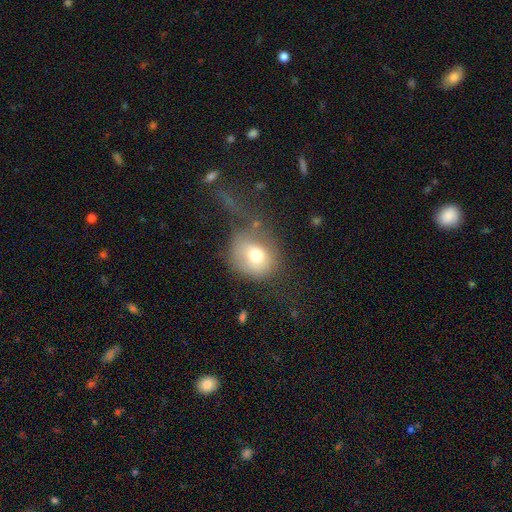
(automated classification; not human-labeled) A smooth galaxy with no disk features (70%) that is round (69%). Merging: major disturbance (37%).